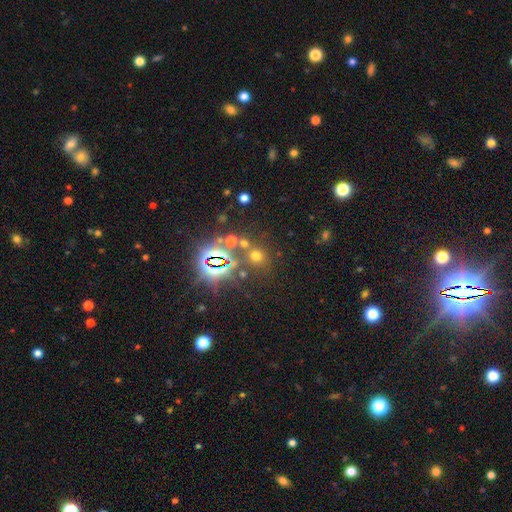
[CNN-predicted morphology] type=smooth (51%); roundness=round (85%); merging=none (70%).